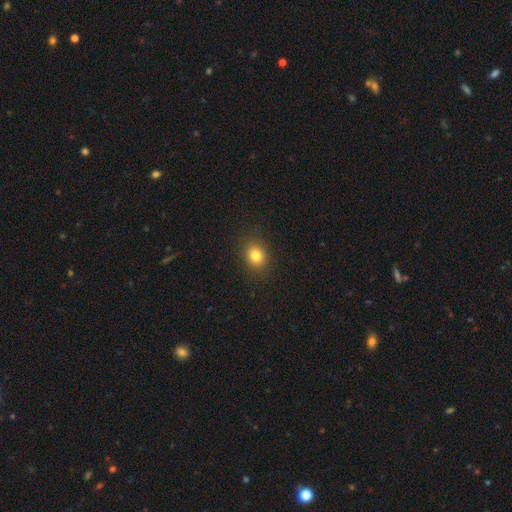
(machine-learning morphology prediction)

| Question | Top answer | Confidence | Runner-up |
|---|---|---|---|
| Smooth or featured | smooth | 81% | star or artifact (12%) |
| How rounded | round | 59% | in between (40%) |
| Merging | none | 89% | minor disturbance (8%) |